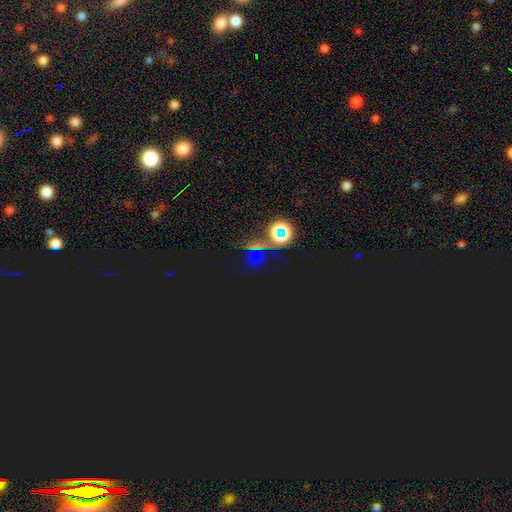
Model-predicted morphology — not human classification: This appears to be a star or artifact, not a galaxy (72%).